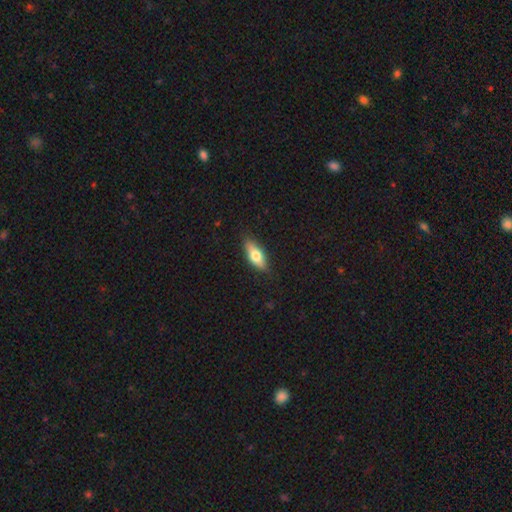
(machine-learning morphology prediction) type=smooth (66%); roundness=in between (71%); merging=none (85%).